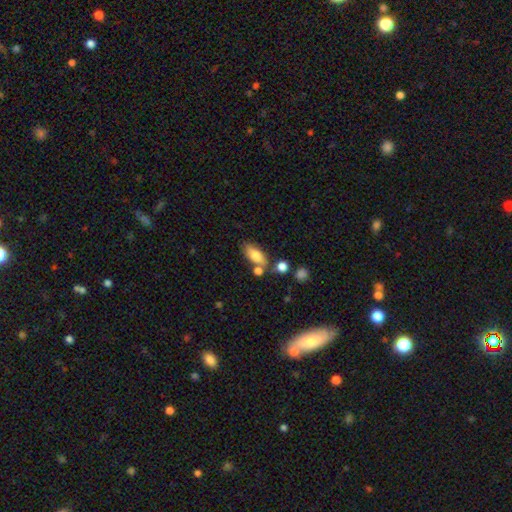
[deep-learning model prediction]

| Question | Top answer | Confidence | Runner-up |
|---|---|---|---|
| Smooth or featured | smooth | 76% | featured or disk (16%) |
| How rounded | in between | 85% | cigar-shaped (10%) |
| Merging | none | 61% | merger (18%) |